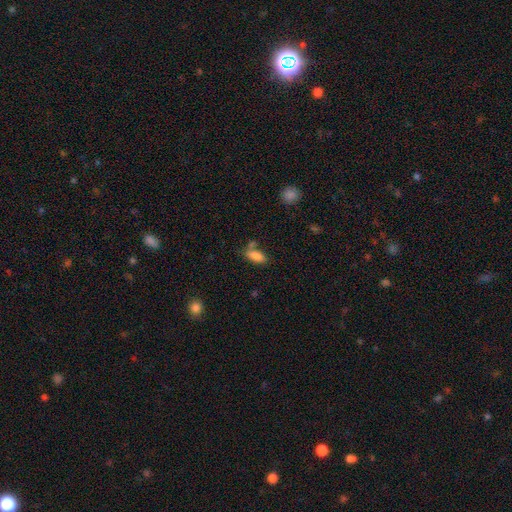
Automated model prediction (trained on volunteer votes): Overall: smooth (85%). How rounded: in between (81%). Merging: none (59%).